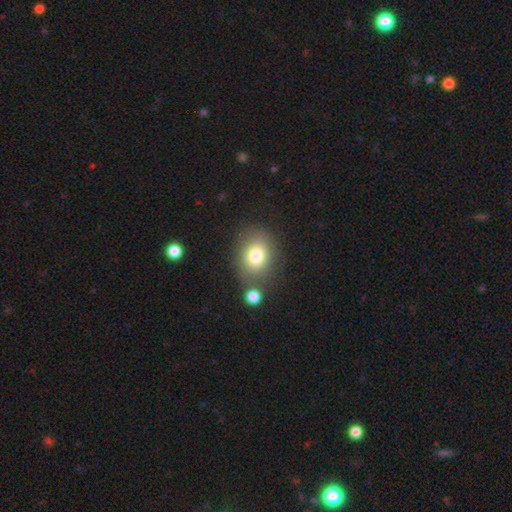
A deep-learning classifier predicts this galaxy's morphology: A smooth galaxy with no disk features (78%) that is round (54%). Merging: none (70%).